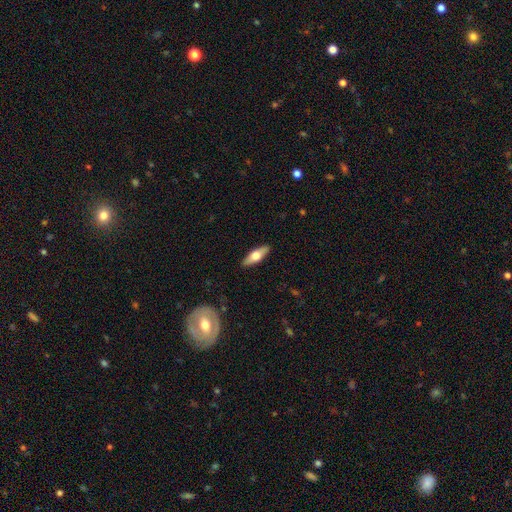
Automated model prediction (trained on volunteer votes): A smooth galaxy with no disk features (51%) that is in between round and cigar-shaped (55%). Merging: none (89%).